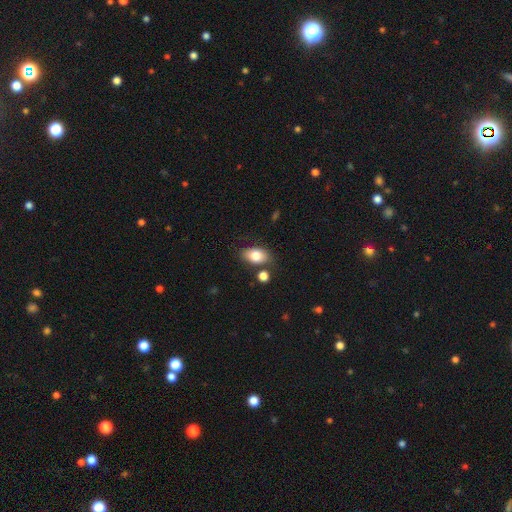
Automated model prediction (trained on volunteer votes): Morphology: type=smooth (80%); roundness=in between (87%); merging=none (74%).